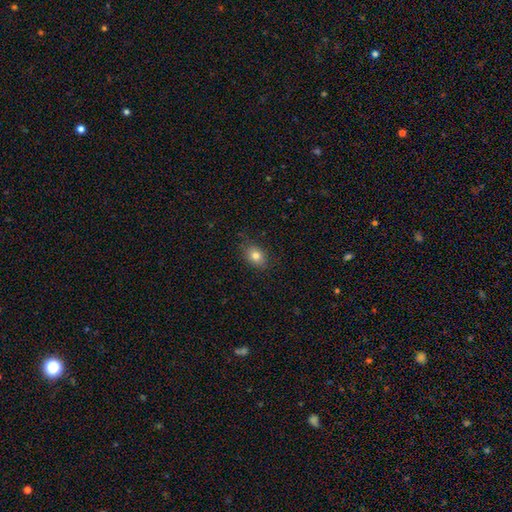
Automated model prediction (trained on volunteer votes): Q: Smooth or featured?
A: smooth (81%); runner-up: star or artifact (10%)
Q: How rounded?
A: in between (70%); runner-up: round (29%)
Q: Merging?
A: none (82%); runner-up: minor disturbance (14%)